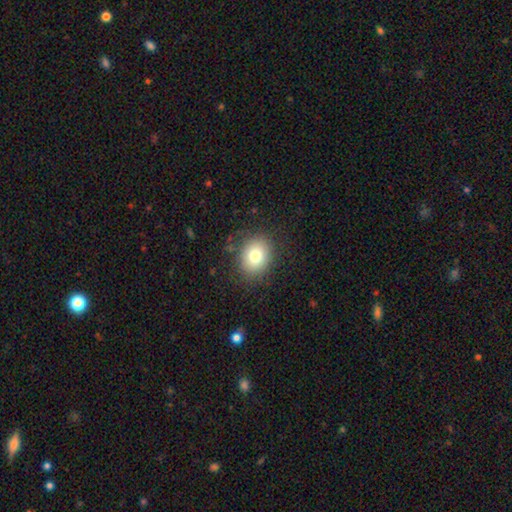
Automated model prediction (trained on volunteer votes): Smooth or featured?
  - smooth: 76% *
  - star or artifact: 14%
  - featured or disk: 10%
How rounded?
  - round: 66% *
  - in between: 33%
  - cigar-shaped: 1%
Merging?
  - none: 86% *
  - minor disturbance: 10%
  - major disturbance: 3%
  - merger: 1%